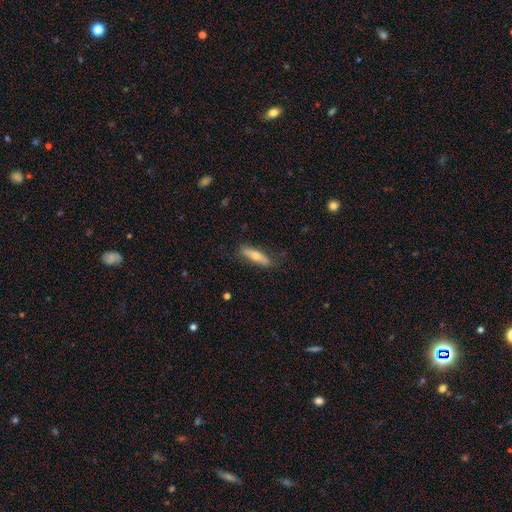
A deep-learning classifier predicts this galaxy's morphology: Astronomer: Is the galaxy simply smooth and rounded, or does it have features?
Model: smooth — 54% (runner-up: featured or disk, 39%).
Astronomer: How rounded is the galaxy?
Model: cigar-shaped — 70%.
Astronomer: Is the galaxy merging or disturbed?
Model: none — 79%.